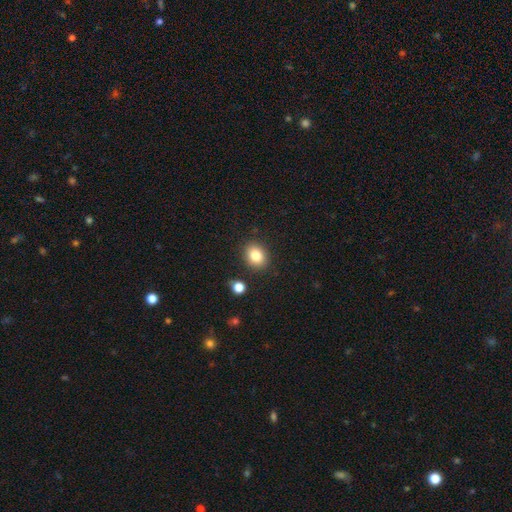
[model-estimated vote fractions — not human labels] A smooth galaxy with no disk features (82%) that is round (50%). Merging: none (87%).